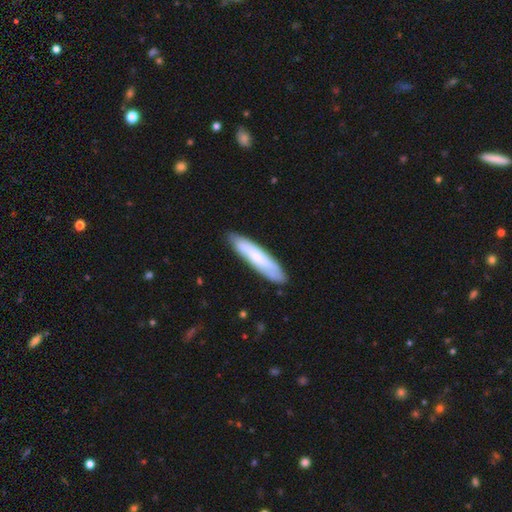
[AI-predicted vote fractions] Smooth or featured: smooth — 67% (featured or disk — 27%)
How rounded: cigar-shaped — 84% (in between — 15%)
Merging: none — 83% (minor disturbance — 13%)